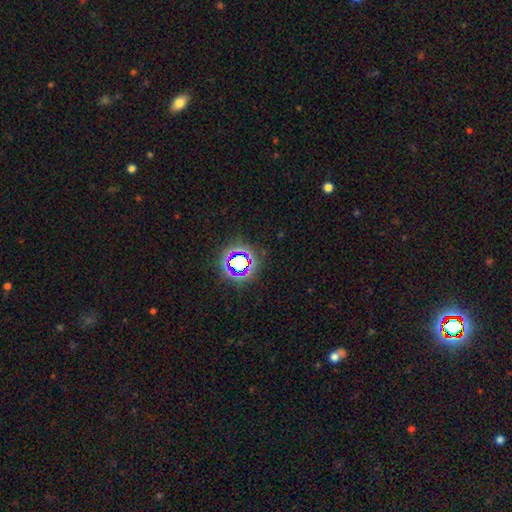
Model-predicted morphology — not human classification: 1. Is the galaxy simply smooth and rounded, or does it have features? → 78% star or artifact, 14% smooth, 8% featured or disk.